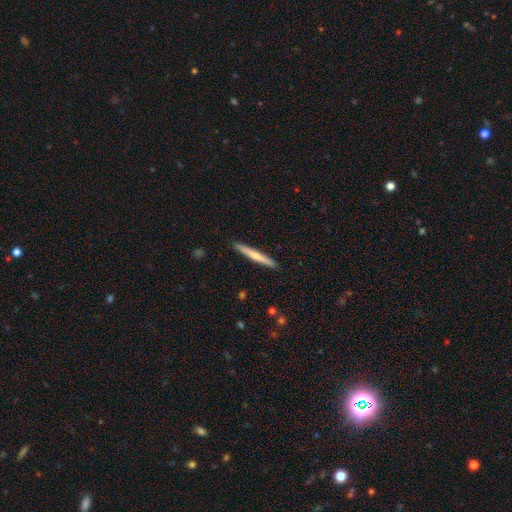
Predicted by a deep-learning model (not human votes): smooth_or_featured: smooth (p=0.52) [alt: featured or disk p=0.44]
how_rounded: cigar-shaped (p=0.96) [alt: in between p=0.03]
merging: none (p=0.92) [alt: minor disturbance p=0.06]